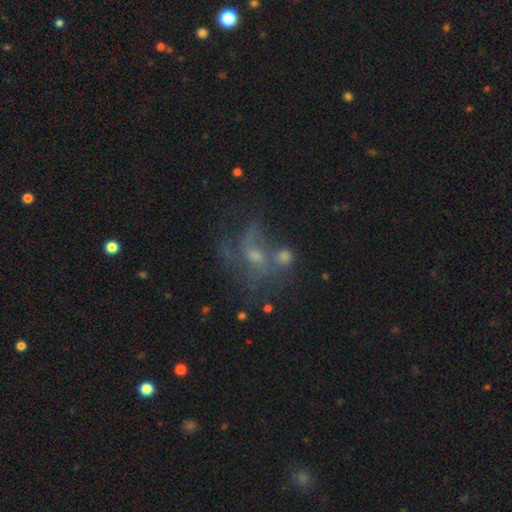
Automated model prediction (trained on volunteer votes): Smooth or featured? featured or disk (50%)
Merging? none (43%)